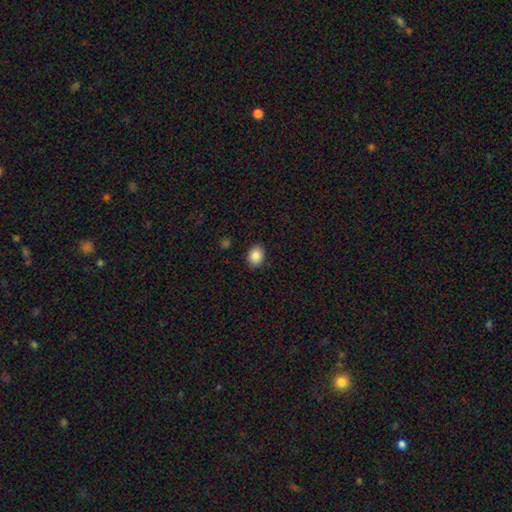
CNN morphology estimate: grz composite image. It shows a smooth galaxy with no disk features (87%) that is in between round and cigar-shaped (59%). Merging: none (88%).